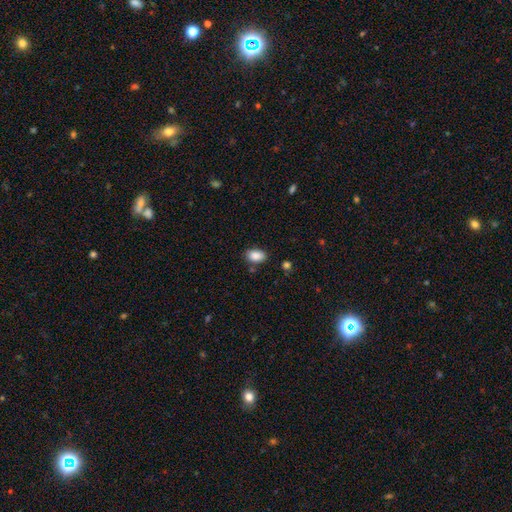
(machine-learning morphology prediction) The model was most divided on "merging": none: 81%, minor disturbance: 13%, merger: 3%, major disturbance: 3%. More confident: how rounded — in between (90%); smooth or featured — smooth (88%).